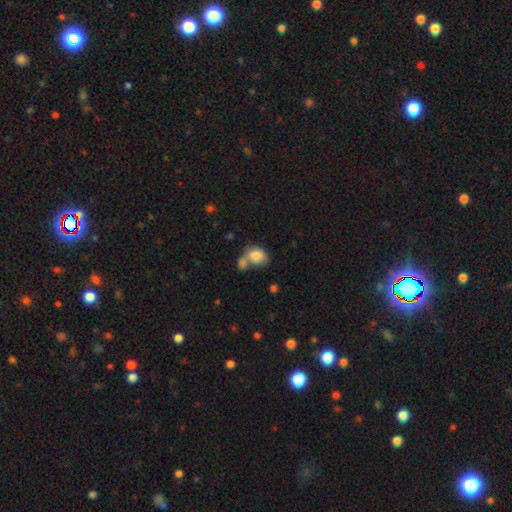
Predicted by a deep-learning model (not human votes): Q: Smooth or featured?
A: smooth (83%); runner-up: featured or disk (9%)
Q: How rounded?
A: in between (64%); runner-up: round (34%)
Q: Merging?
A: merger (47%); runner-up: none (33%)